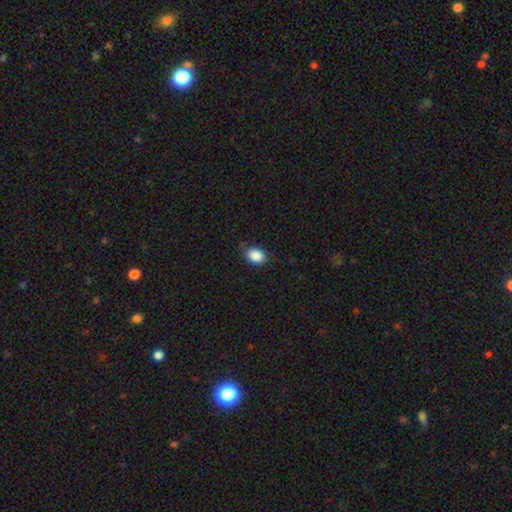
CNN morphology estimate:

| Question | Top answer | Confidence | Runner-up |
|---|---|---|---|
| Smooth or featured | smooth | 88% | star or artifact (8%) |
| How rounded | in between | 76% | round (23%) |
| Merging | none | 81% | minor disturbance (15%) |